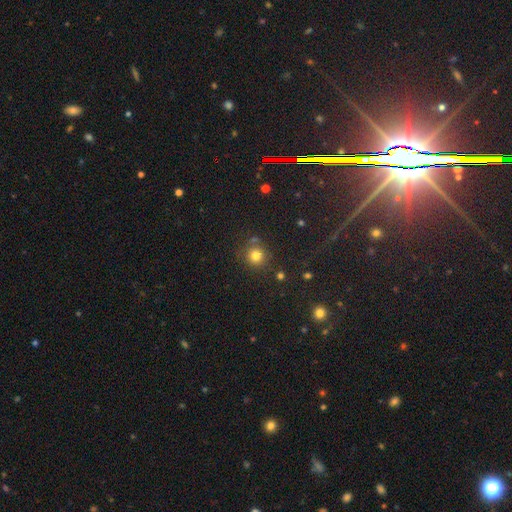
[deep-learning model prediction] smooth-or-featured: smooth: 79% | star or artifact: 15% | featured or disk: 6%
  how-rounded: round: 91% | in between: 8% | cigar-shaped: 1%
  merging: none: 79% | minor disturbance: 10% | merger: 7% | major disturbance: 4%